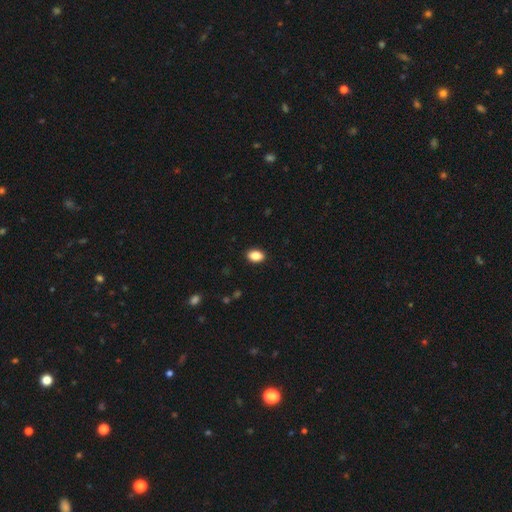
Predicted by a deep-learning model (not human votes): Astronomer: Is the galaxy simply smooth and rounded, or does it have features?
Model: smooth — 88%.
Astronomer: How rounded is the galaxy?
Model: in between — 85%.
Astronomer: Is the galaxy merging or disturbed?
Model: none — 90%.